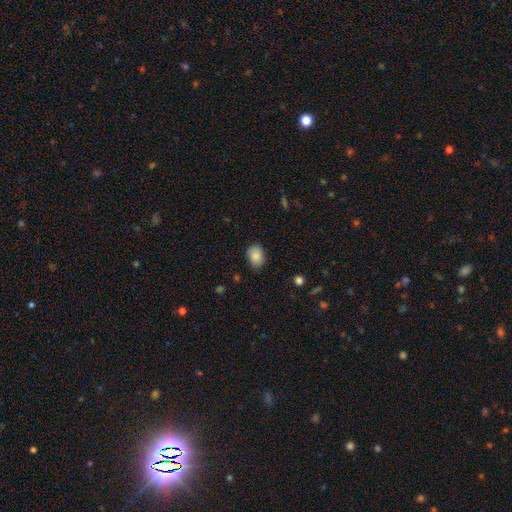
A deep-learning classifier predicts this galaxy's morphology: smooth_or_featured: smooth (p=0.87) [alt: star or artifact p=0.08]
how_rounded: in between (p=0.74) [alt: round p=0.25]
merging: none (p=0.80) [alt: minor disturbance p=0.16]